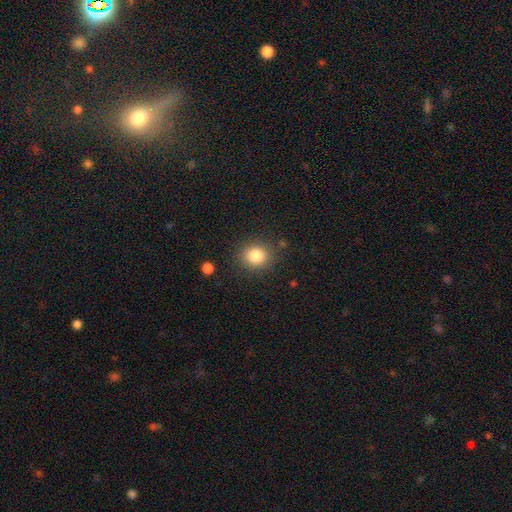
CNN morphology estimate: smooth_or_featured: smooth (p=0.84) [alt: star or artifact p=0.10]
how_rounded: round (p=0.81) [alt: in between p=0.19]
merging: none (p=0.85) [alt: minor disturbance p=0.09]